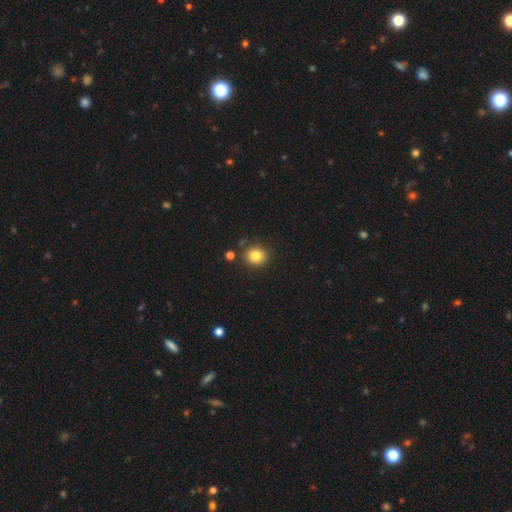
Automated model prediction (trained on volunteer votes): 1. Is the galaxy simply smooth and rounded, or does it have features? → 83% smooth, 11% star or artifact, 6% featured or disk.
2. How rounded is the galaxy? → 82% round, 17% in between, 1% cigar-shaped.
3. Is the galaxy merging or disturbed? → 84% none, 9% minor disturbance, 5% merger, 3% major disturbance.